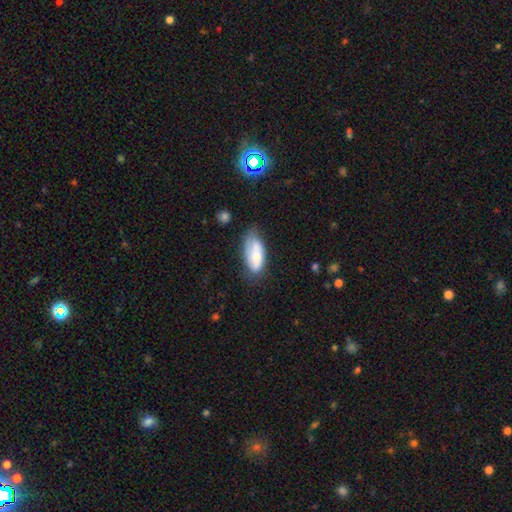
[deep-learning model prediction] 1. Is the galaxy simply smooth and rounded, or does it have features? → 63% smooth, 30% featured or disk, 7% star or artifact.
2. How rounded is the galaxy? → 86% in between, 12% cigar-shaped, 2% round.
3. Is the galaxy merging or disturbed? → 54% none, 32% minor disturbance, 11% major disturbance, 4% merger.